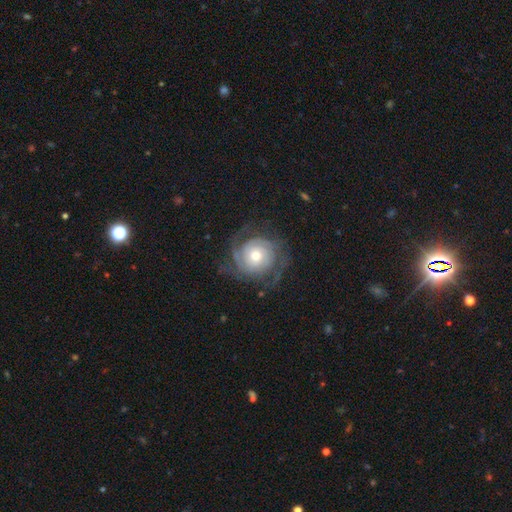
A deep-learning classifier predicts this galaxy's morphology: smooth_or_featured: featured or disk (p=0.84) [alt: smooth p=0.11]
disk_edge_on: no (p=0.98) [alt: yes p=0.02]
bar: no (p=0.79) [alt: weak p=0.17]
has_spiral_arms: yes (p=0.95) [alt: no p=0.05]
spiral_winding: tight (p=0.67) [alt: medium p=0.25]
spiral_arm_count: 2 (p=0.30) [alt: 3 p=0.26]
bulge_size: moderate (p=0.61) [alt: small p=0.30]
merging: none (p=0.72) [alt: minor disturbance p=0.16]